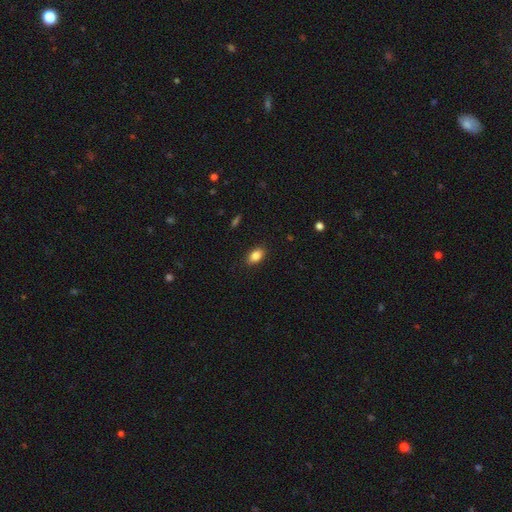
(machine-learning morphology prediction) Q: Smooth or featured?
A: smooth (87%); runner-up: star or artifact (8%)
Q: How rounded?
A: in between (88%); runner-up: round (10%)
Q: Merging?
A: none (88%); runner-up: minor disturbance (9%)